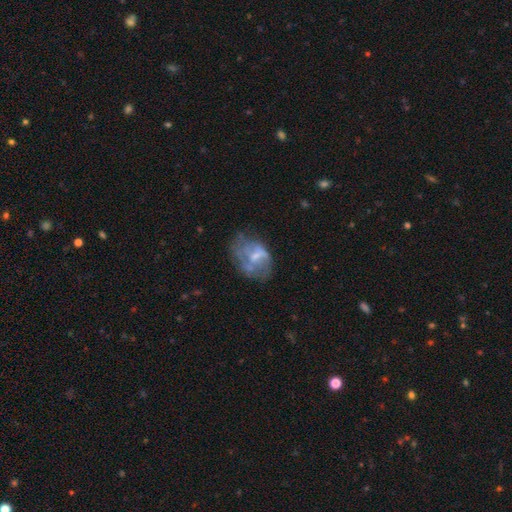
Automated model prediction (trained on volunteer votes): featured or disk 62%, smooth 29%, star or artifact 9%. Down the decision tree: edge-on disk — no (97%); bar — weak (47%); spiral arms — yes (51%); bulge size — small (40%); merging — none (40%).